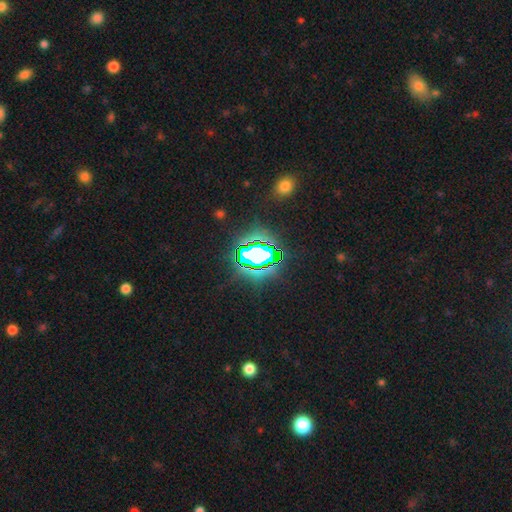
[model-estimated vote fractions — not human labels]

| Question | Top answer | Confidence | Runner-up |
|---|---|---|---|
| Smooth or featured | star or artifact | 72% | smooth (17%) |